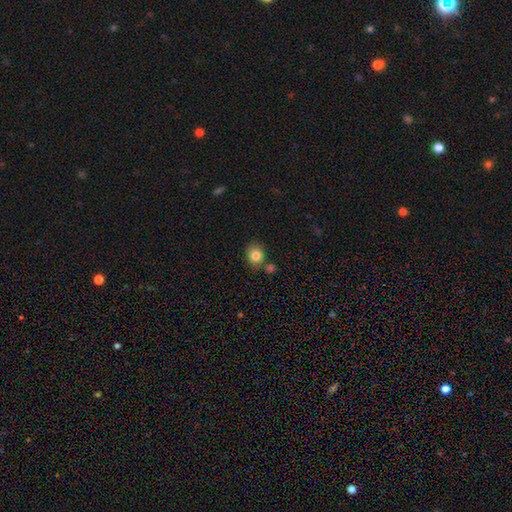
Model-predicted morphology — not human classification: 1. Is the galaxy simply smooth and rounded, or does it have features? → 83% smooth, 9% star or artifact, 7% featured or disk.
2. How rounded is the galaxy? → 62% round, 37% in between, 1% cigar-shaped.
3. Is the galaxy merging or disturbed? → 72% none, 15% minor disturbance, 10% merger, 4% major disturbance.